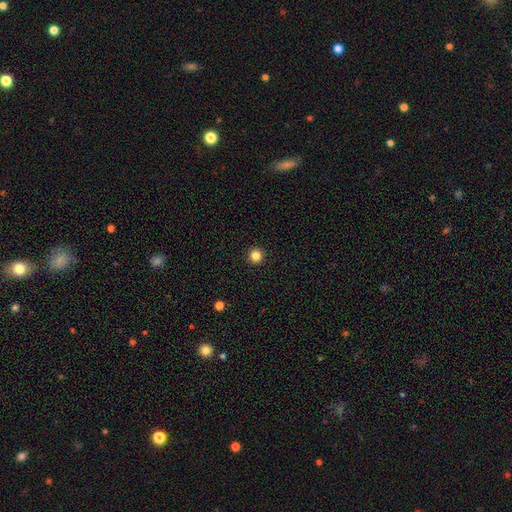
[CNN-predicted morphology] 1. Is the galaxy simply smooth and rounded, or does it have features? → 83% smooth, 12% star or artifact, 4% featured or disk.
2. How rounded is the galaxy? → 96% round, 3% in between, 1% cigar-shaped.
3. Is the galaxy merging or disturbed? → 94% none, 4% minor disturbance, 1% major disturbance, 1% merger.